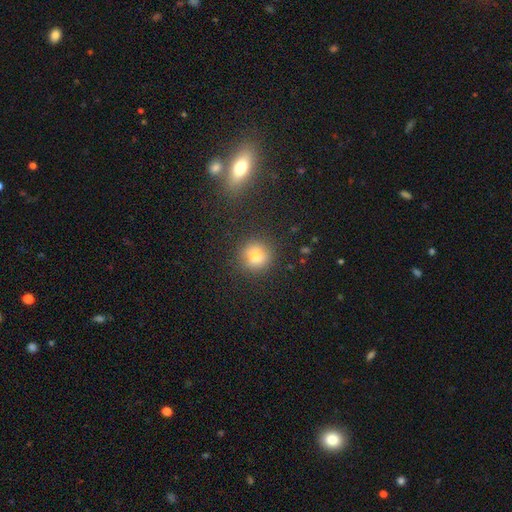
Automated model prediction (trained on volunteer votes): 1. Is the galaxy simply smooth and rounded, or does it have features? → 76% smooth, 14% star or artifact, 10% featured or disk.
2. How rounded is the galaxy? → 90% round, 9% in between, 1% cigar-shaped.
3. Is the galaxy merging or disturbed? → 87% none, 8% minor disturbance, 3% major disturbance, 2% merger.